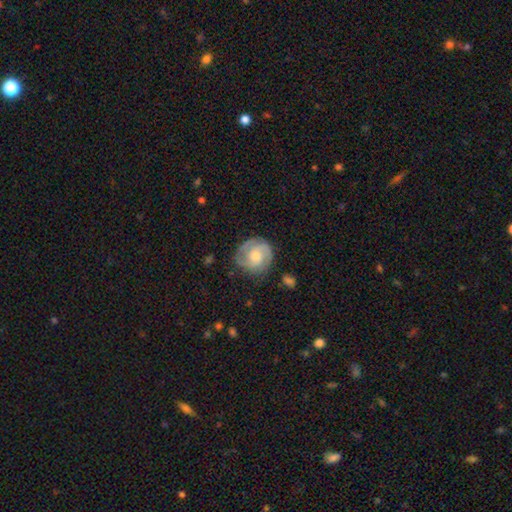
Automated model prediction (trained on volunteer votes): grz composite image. It shows a featured or disk galaxy (77%) with no bar (64%), 2 (60%) tight (57%) spiral arms (94%) and a moderate central bulge (58%). Merging: none (77%).